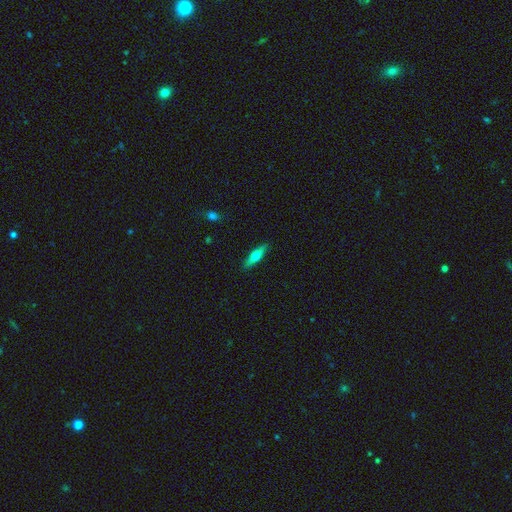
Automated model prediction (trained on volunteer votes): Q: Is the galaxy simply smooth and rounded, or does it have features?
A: smooth — 56%.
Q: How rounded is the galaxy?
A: cigar-shaped — 64%.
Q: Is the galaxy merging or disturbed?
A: none — 90%.